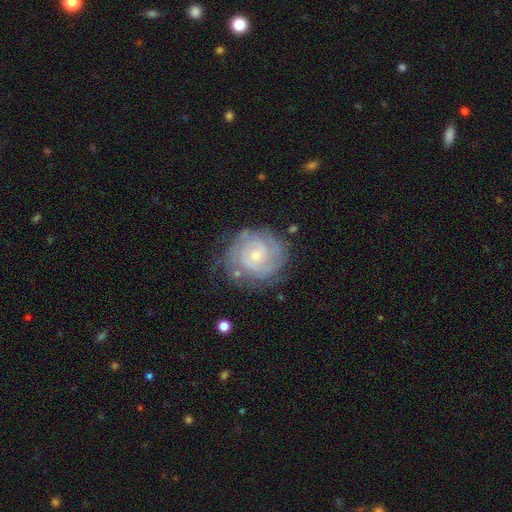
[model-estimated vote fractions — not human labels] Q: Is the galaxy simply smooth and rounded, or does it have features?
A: featured or disk — 83%.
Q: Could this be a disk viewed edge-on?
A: no — 98%.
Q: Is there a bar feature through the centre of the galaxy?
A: no — 70%.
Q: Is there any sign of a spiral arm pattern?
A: yes — 95%.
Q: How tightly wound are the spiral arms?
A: tight — 76%.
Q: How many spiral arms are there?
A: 2 — 31%, tied with can't tell.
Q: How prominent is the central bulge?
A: small — 70%.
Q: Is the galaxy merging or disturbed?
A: none — 74%.